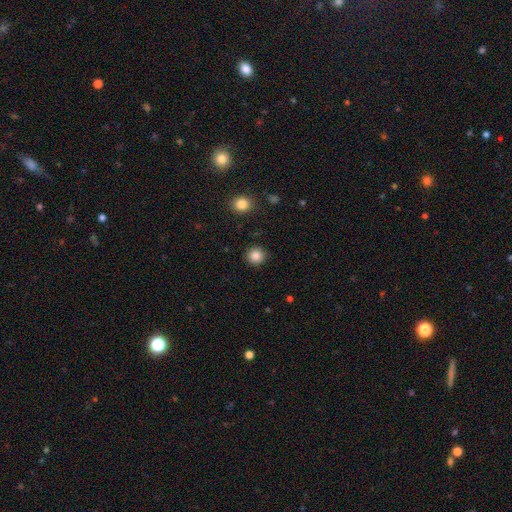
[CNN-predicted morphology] Overall: smooth (85%). How rounded: round (93%). Merging: none (91%).